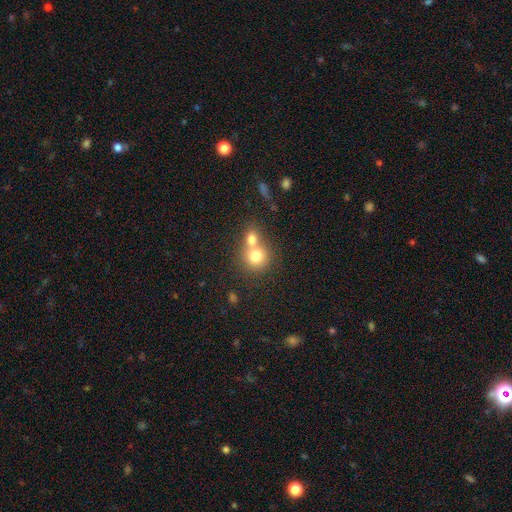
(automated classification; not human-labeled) This is likely a smooth galaxy (75%). How rounded: clearly round (83%). Merging: possibly merger (58%).